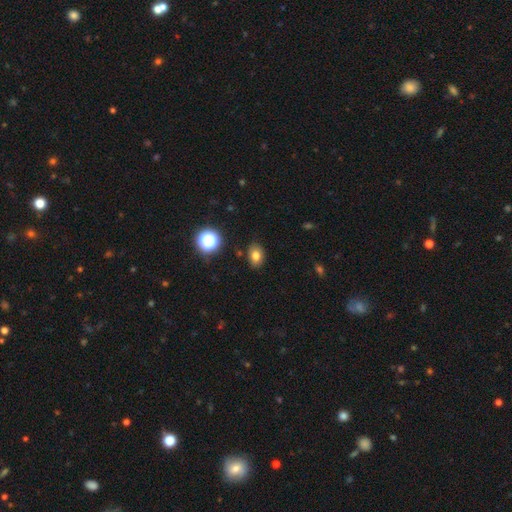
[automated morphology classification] smooth_or_featured: smooth (p=0.78) [alt: star or artifact p=0.14]
how_rounded: in between (p=0.70) [alt: round p=0.29]
merging: none (p=0.86) [alt: minor disturbance p=0.10]